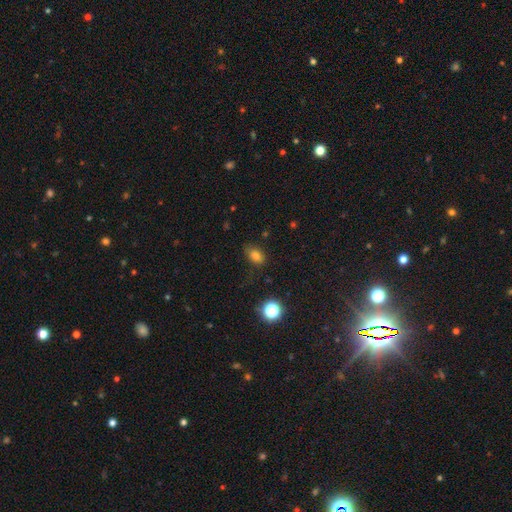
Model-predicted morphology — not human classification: Smooth or featured?
  - smooth: 78% *
  - star or artifact: 15%
  - featured or disk: 6%
How rounded?
  - in between: 80% *
  - round: 18%
  - cigar-shaped: 2%
Merging?
  - none: 74% *
  - minor disturbance: 19%
  - major disturbance: 5%
  - merger: 2%